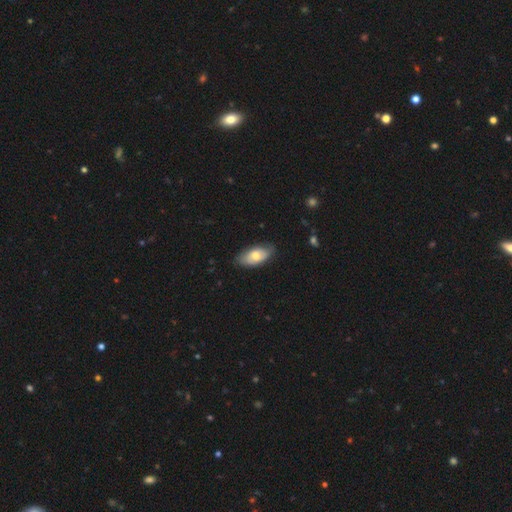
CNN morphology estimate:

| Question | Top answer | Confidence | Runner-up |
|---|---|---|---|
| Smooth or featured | smooth | 65% | featured or disk (29%) |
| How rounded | in between | 92% | cigar-shaped (5%) |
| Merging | none | 73% | minor disturbance (22%) |